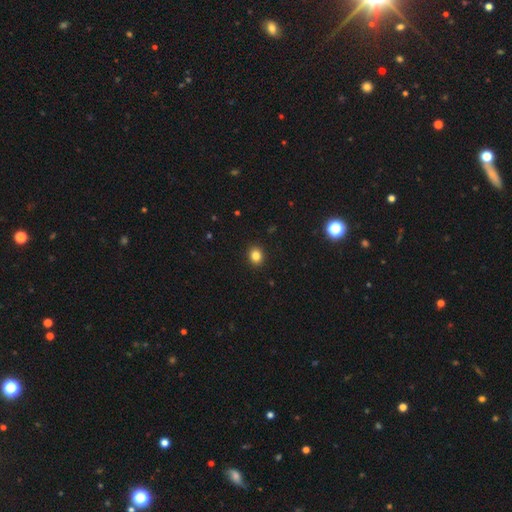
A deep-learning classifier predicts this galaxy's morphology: type=smooth (83%); roundness=round (71%); merging=none (92%).